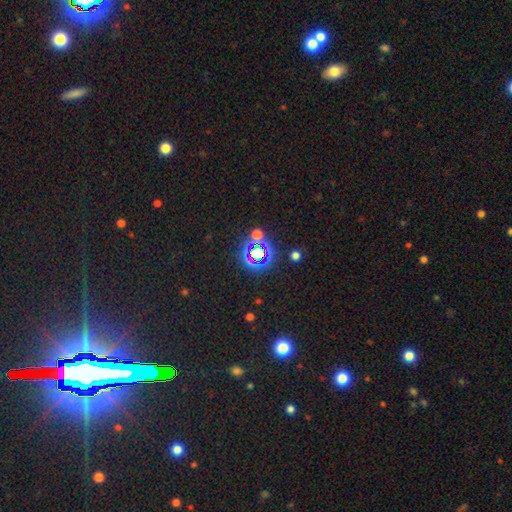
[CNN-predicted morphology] type=star or artifact (66%).